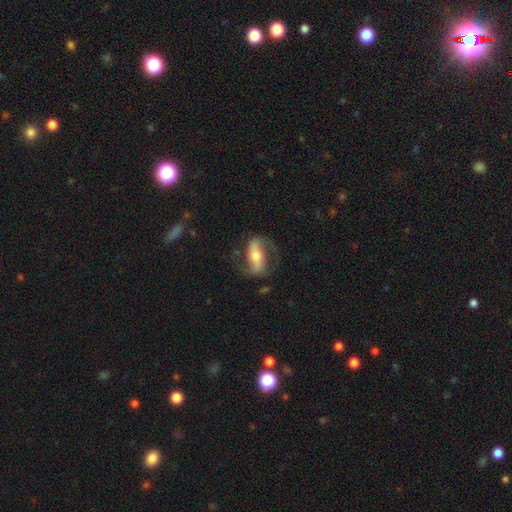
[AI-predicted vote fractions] Smooth or featured? featured or disk (78%)
Edge-on disk? no (91%)
Bar? strong (57%)
Spiral arms? yes (90%)
Spiral winding? medium (43%)
Spiral arm count? 2 (90%)
Bulge size? moderate (56%)
Merging? none (71%)